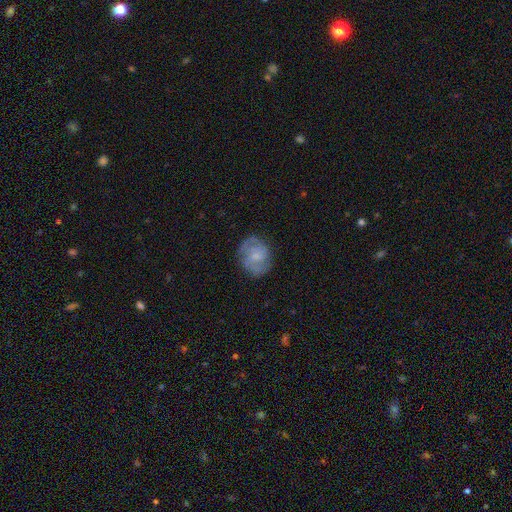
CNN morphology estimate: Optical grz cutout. It shows a featured or disk galaxy (59%) with no bar (52%), spiral arms (84%) and a small central bulge (44%). Merging: none (74%).